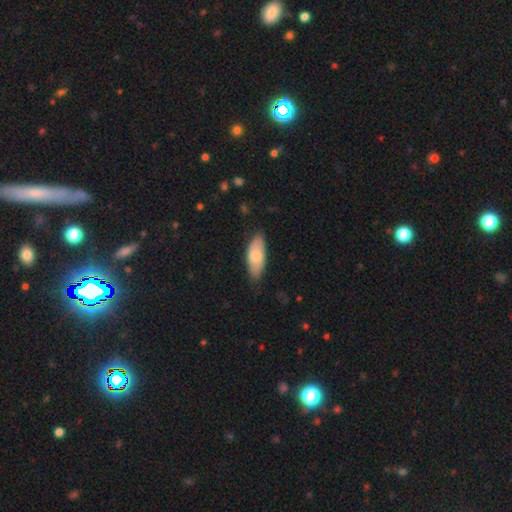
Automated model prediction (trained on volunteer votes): A smooth galaxy with no disk features (73%) that is in between round and cigar-shaped (80%).

Vote fractions:
- Smooth or featured? smooth: 73% / featured or disk: 22% / star or artifact: 6%
- How rounded? in between: 80% / cigar-shaped: 18% / round: 2%
- Merging? none: 76% / minor disturbance: 20% / major disturbance: 3% / merger: 1%